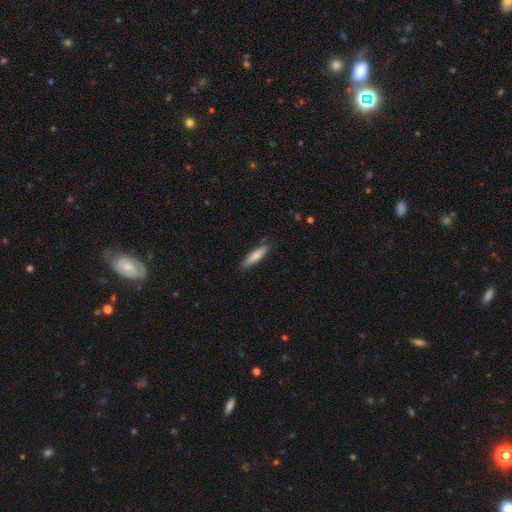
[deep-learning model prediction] The model was most divided on "how rounded": cigar-shaped: 75%, in between: 24%, round: 1%. More confident: merging — none (85%); smooth or featured — smooth (80%).